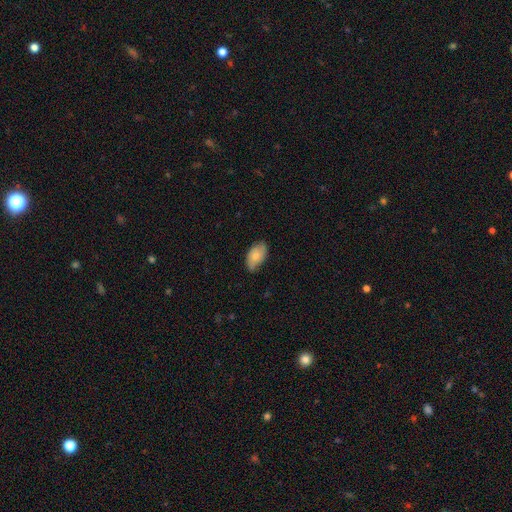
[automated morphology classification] type=smooth (73%); roundness=in between (94%); merging=none (71%).